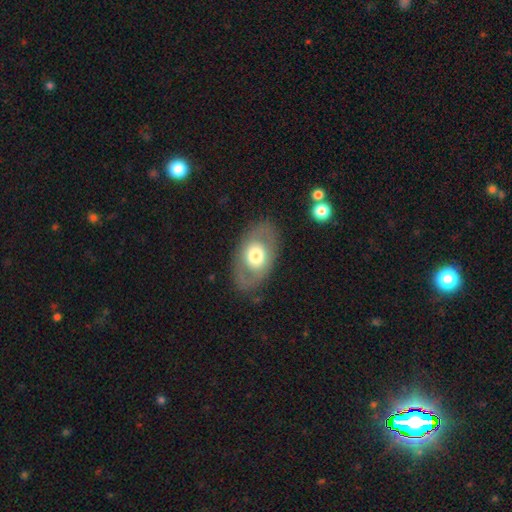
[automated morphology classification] The model was most divided on "smooth or featured": smooth: 53%, featured or disk: 41%, star or artifact: 6%. More confident: how rounded — in between (84%); merging — none (81%).